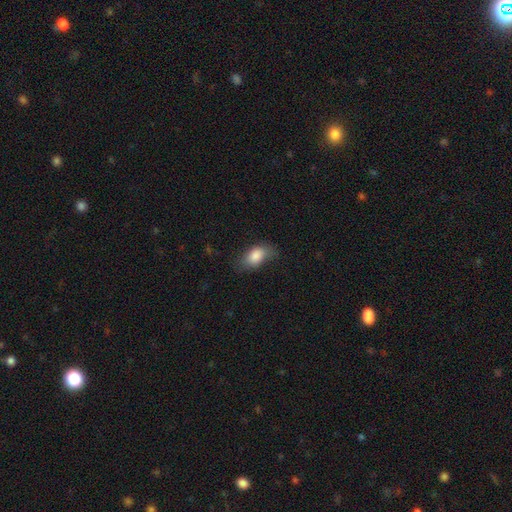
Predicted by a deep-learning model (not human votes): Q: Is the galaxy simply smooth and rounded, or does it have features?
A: smooth — 83%.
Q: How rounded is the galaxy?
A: in between — 90%.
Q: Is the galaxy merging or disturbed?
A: none — 58%.